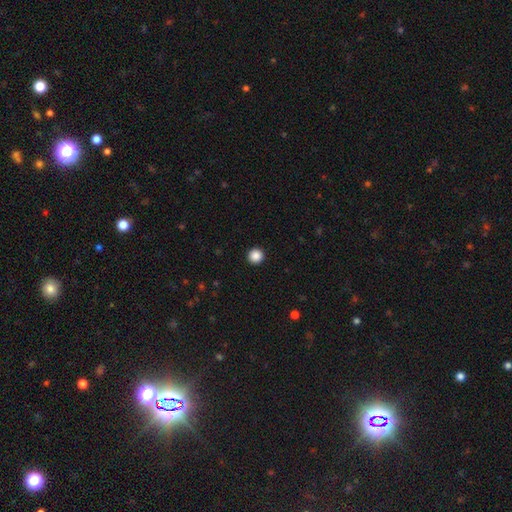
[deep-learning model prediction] Smooth or featured: smooth — 87% (star or artifact — 10%)
How rounded: round — 96% (in between — 3%)
Merging: none — 94% (minor disturbance — 4%)